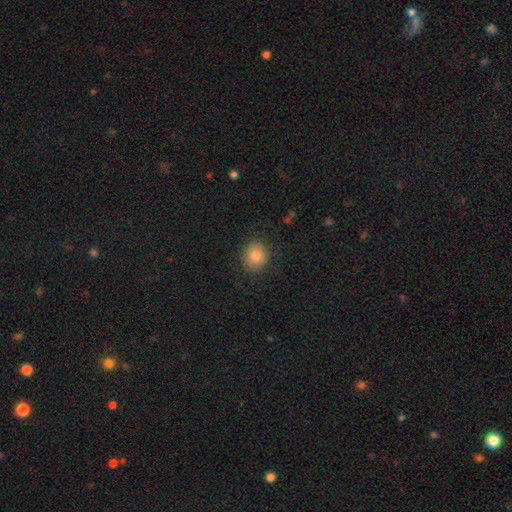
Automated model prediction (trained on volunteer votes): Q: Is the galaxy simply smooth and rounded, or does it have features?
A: smooth — 78%.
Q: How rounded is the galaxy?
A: round — 77%.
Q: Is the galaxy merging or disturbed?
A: none — 81%.